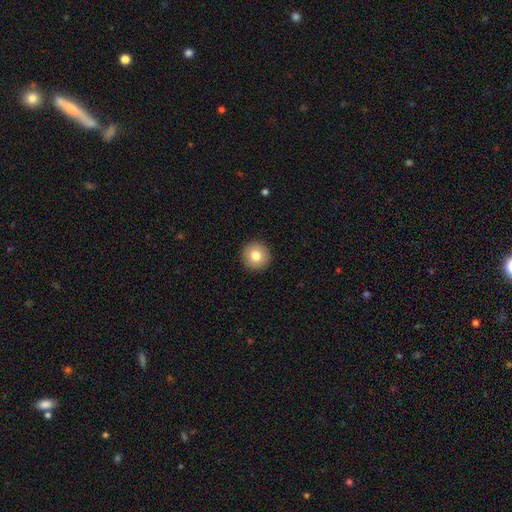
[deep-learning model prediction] The model was most divided on "smooth or featured": smooth: 79%, featured or disk: 12%, star or artifact: 9%. More confident: how rounded — round (96%); merging — none (93%).